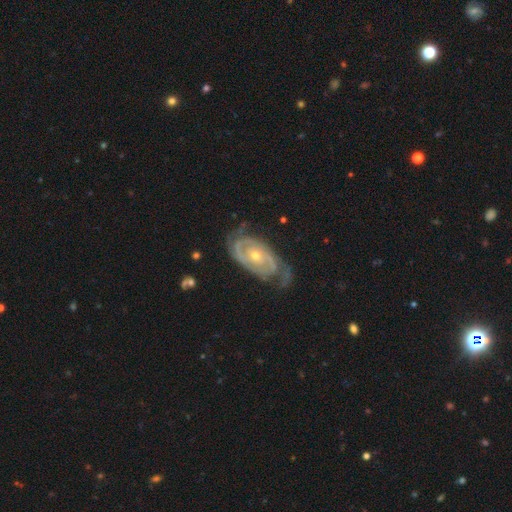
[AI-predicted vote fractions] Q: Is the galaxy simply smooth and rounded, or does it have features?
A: featured or disk — 89%.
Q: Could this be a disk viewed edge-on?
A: no — 95%.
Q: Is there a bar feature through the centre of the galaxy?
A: no — 74%.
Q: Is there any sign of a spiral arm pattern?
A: yes — 95%.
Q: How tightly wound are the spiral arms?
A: tight — 68%.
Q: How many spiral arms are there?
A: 2 — 62%.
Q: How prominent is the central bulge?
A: small — 50%.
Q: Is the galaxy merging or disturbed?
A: none — 64%.